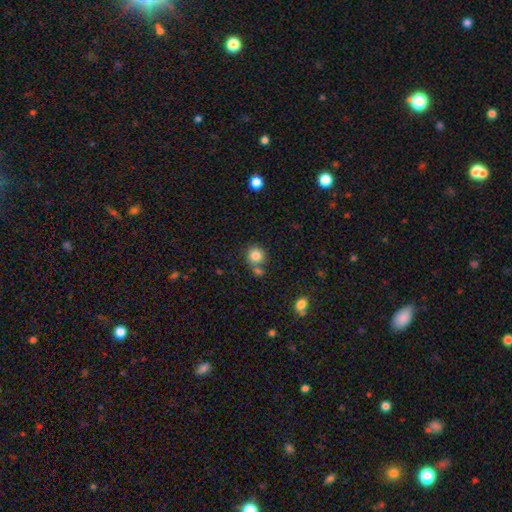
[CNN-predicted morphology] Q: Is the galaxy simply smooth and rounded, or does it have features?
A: smooth — 83%.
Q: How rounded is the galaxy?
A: round — 88%.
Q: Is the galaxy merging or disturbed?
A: none — 64%.